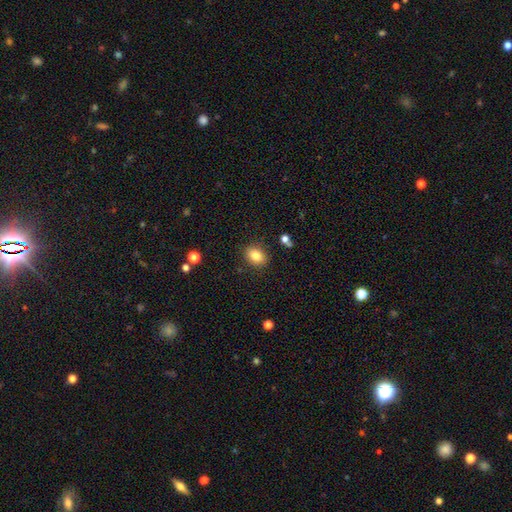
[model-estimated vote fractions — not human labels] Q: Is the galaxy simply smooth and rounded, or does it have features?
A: smooth — 83%.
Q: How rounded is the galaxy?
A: in between — 57%.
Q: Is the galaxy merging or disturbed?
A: none — 87%.